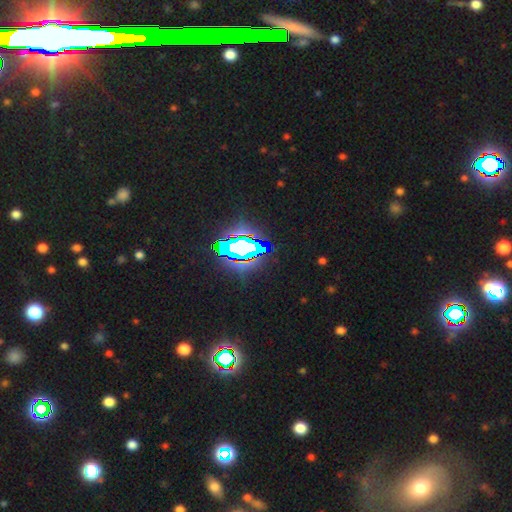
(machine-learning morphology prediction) type=star or artifact (80%).